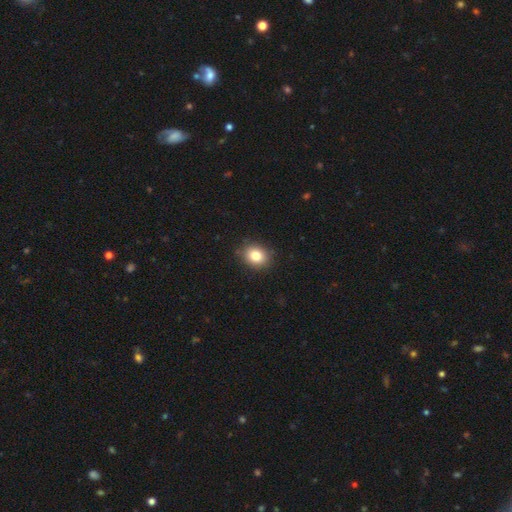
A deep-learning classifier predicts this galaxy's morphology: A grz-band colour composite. It shows a smooth galaxy with no disk features (83%) that is round (55%). Merging: none (87%).